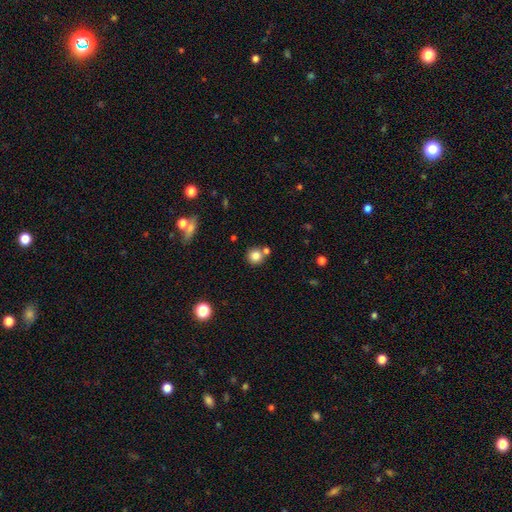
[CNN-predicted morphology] Overall: smooth (82%). How rounded: round (92%). Merging: none (69%).